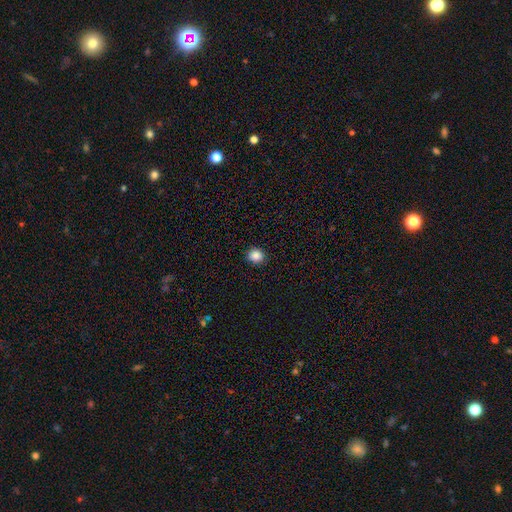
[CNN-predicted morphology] smooth_or_featured: smooth (p=0.87) [alt: star or artifact p=0.10]
how_rounded: round (p=0.82) [alt: in between p=0.17]
merging: none (p=0.91) [alt: minor disturbance p=0.06]